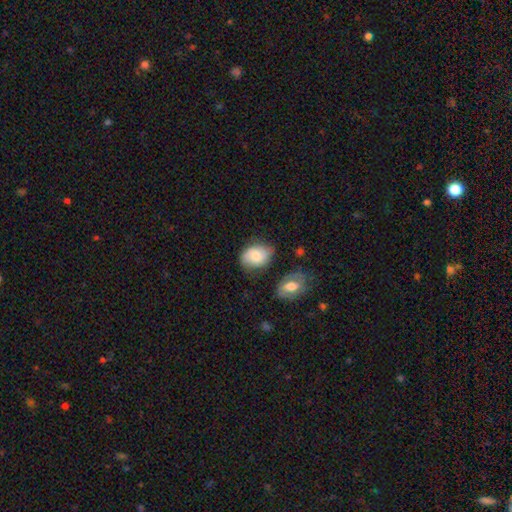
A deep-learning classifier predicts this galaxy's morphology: smooth-or-featured: smooth: 74% | featured or disk: 19% | star or artifact: 7%
  how-rounded: in between: 70% | round: 28% | cigar-shaped: 1%
  merging: none: 58% | minor disturbance: 29% | major disturbance: 7% | merger: 6%